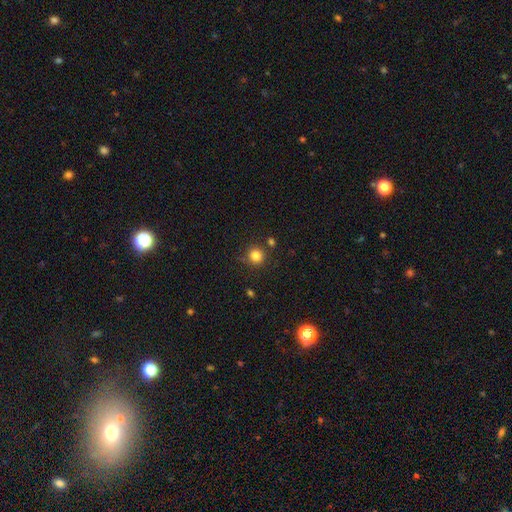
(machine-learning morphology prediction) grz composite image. It shows a smooth galaxy with no disk features (82%) that is round (93%). Merging: none (81%).